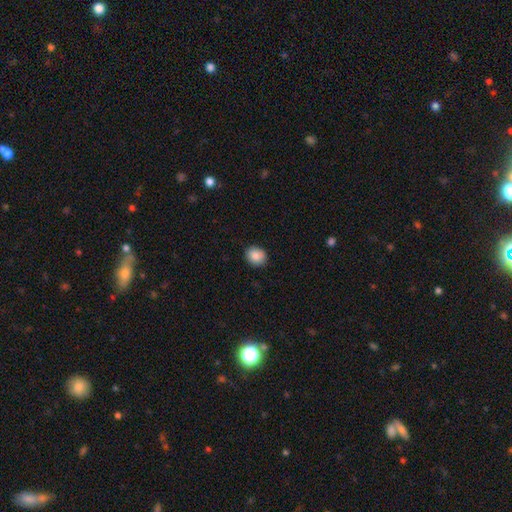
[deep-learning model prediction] smooth-or-featured: smooth: 88% | star or artifact: 8% | featured or disk: 4%
  how-rounded: round: 66% | in between: 34% | cigar-shaped: 1%
  merging: none: 88% | minor disturbance: 9% | major disturbance: 2% | merger: 1%